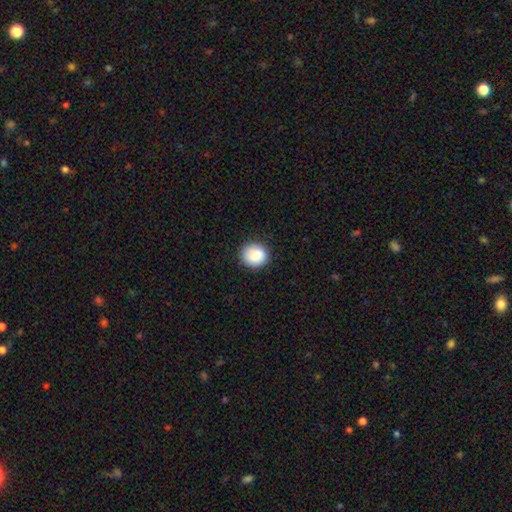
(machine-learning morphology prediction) smooth-or-featured: smooth: 84% | star or artifact: 8% | featured or disk: 8%
  how-rounded: round: 83% | in between: 16% | cigar-shaped: 1%
  merging: none: 87% | minor disturbance: 10% | major disturbance: 2% | merger: 1%